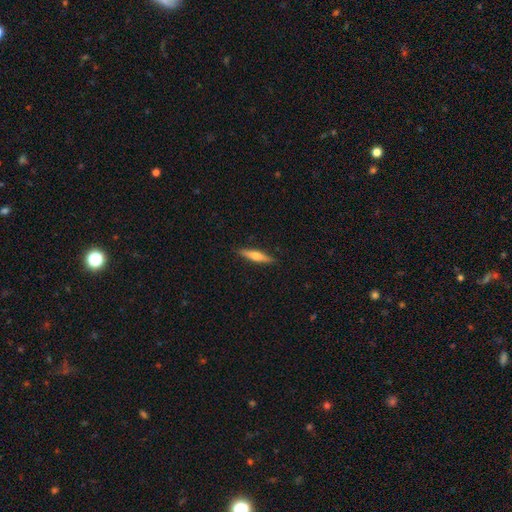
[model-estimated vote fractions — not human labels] Morphology: type=featured or disk (48%); merging=none (90%).